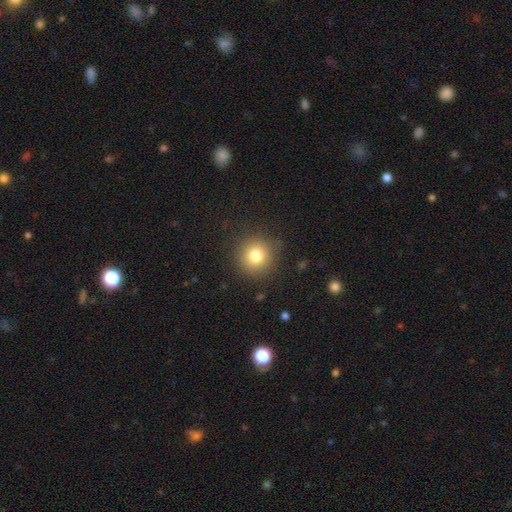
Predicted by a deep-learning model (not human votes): This is likely a smooth galaxy (80%). How rounded: clearly round (93%). Merging: clearly none (87%).